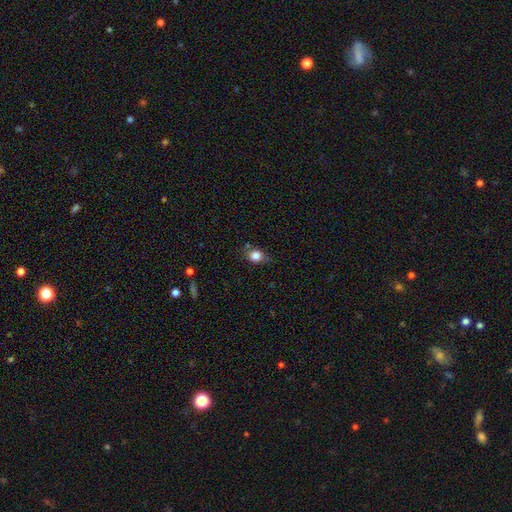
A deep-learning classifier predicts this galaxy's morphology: Overall: smooth (81%). How rounded: round (55%; in between 43%). Merging: none (68%).